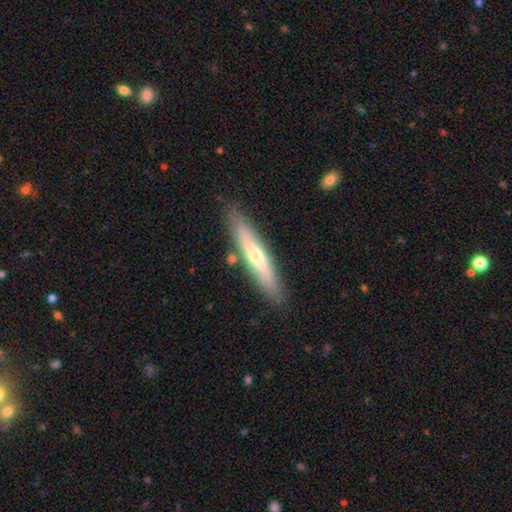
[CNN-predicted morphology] Smooth or featured? Predicted: smooth (p=0.49). Merging? Predicted: none (p=0.86).